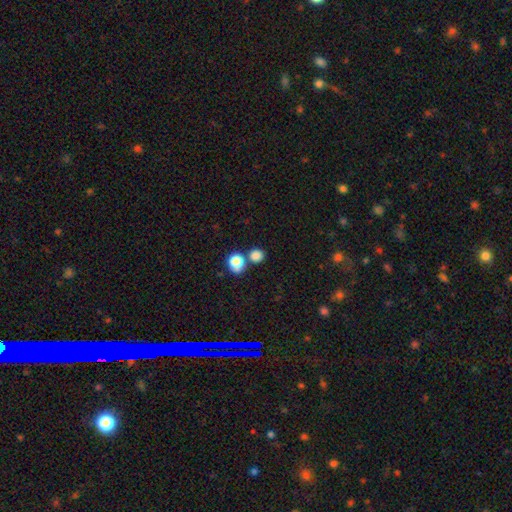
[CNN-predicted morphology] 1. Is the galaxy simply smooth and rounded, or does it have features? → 81% smooth, 15% star or artifact, 5% featured or disk.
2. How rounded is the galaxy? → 87% round, 12% in between, 1% cigar-shaped.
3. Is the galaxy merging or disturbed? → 68% none, 20% merger, 8% minor disturbance, 3% major disturbance.